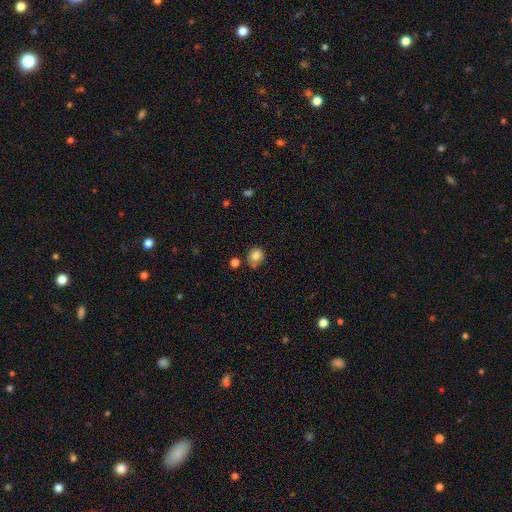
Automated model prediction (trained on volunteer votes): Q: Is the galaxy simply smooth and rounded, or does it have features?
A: smooth — 84%.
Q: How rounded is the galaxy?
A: round — 83%.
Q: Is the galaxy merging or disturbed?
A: none — 66%.